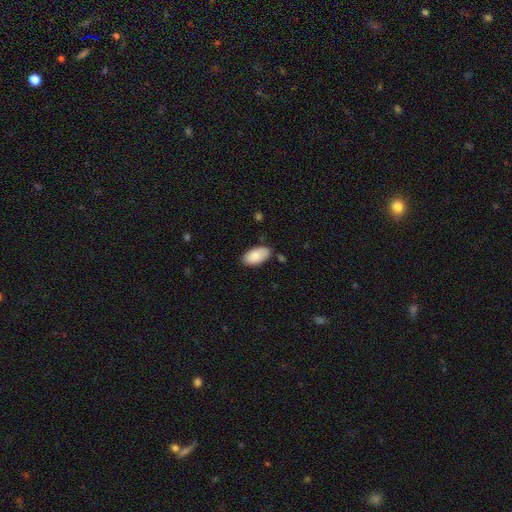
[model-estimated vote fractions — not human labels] smooth_or_featured: smooth (p=0.85) [alt: featured or disk p=0.09]
how_rounded: in between (p=0.96) [alt: round p=0.02]
merging: none (p=0.77) [alt: minor disturbance p=0.17]